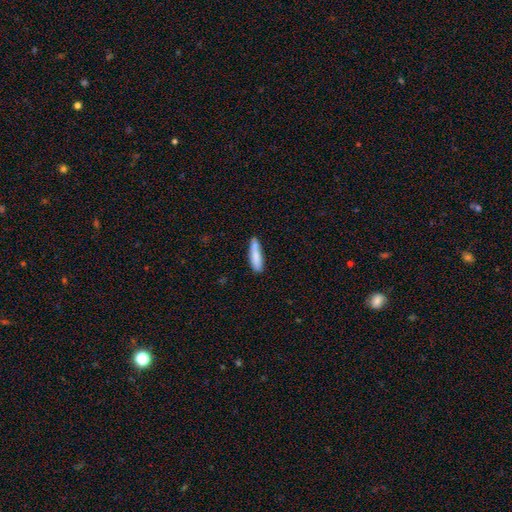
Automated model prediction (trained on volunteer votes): Overall: smooth (82%). How rounded: cigar-shaped (77%). Merging: none (72%).